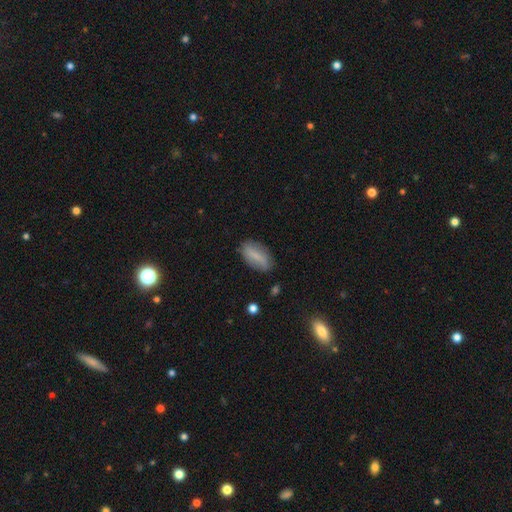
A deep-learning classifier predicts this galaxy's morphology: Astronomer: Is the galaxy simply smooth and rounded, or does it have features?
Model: smooth — 72%.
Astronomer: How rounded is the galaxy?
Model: in between — 84%.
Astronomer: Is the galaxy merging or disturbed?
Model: none — 79%.